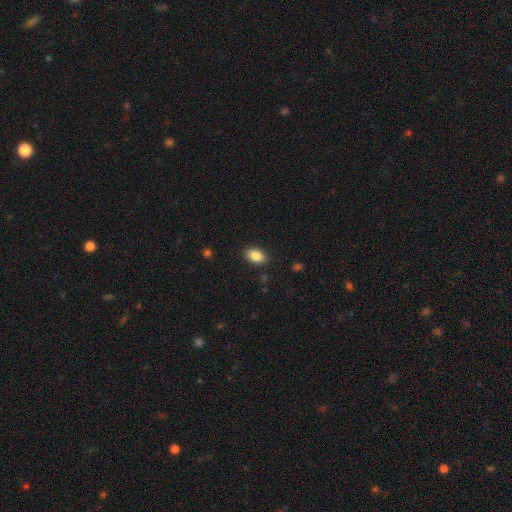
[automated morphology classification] smooth_or_featured: smooth (p=0.86) [alt: star or artifact p=0.08]
how_rounded: in between (p=0.86) [alt: round p=0.13]
merging: none (p=0.88) [alt: minor disturbance p=0.09]